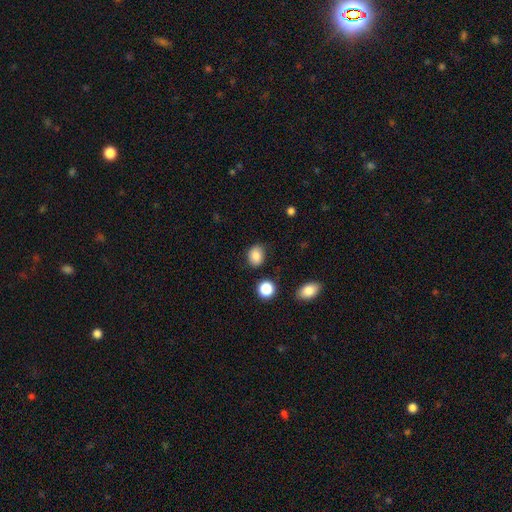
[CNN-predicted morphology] The model was most divided on "how rounded": in between: 54%, round: 45%, cigar-shaped: 1%. More confident: smooth or featured — smooth (85%); merging — none (83%).